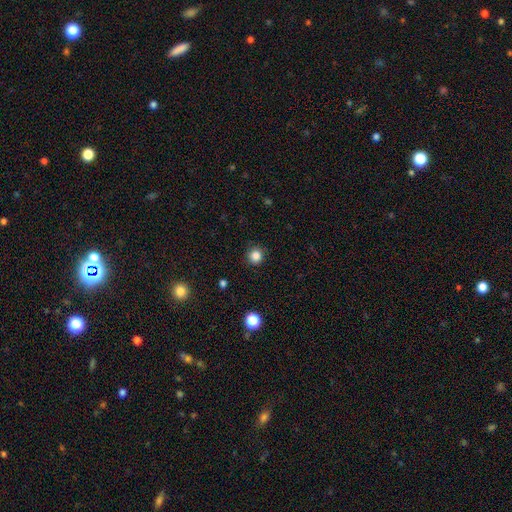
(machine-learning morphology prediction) The model was most divided on "smooth or featured": smooth: 83%, star or artifact: 12%, featured or disk: 4%. More confident: how rounded — round (93%); merging — none (91%).